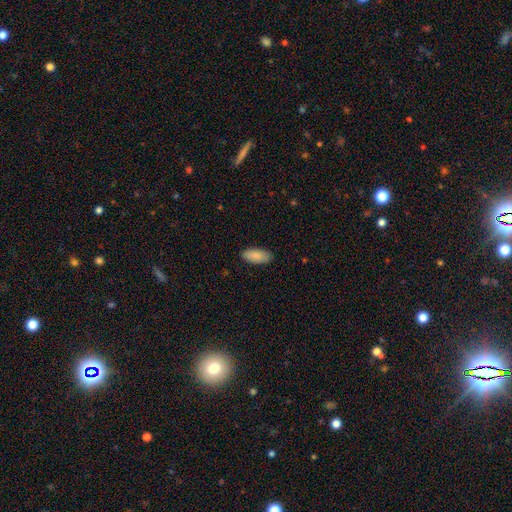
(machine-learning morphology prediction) smooth 88%, featured or disk 7%, star or artifact 6%. Down the decision tree: how rounded — in between (87%); merging — none (88%).